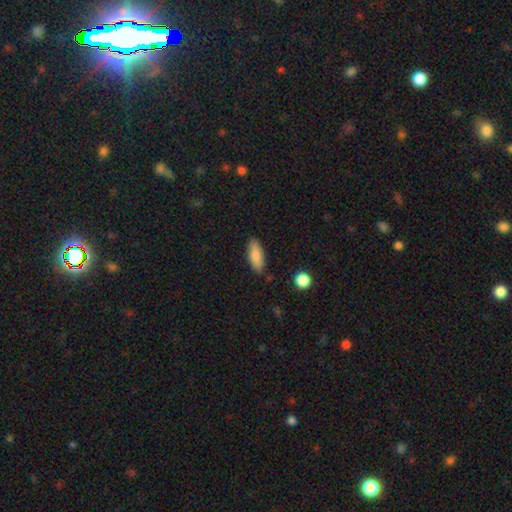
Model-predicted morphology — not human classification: type=smooth (85%); roundness=in between (71%); merging=none (83%).